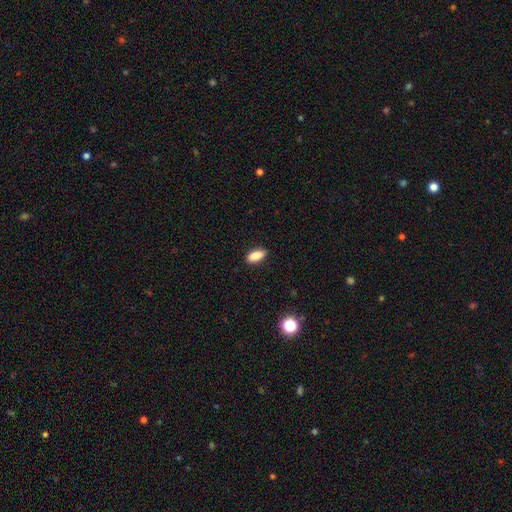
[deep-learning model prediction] Smooth or featured: smooth — 85% (star or artifact — 8%)
How rounded: in between — 83% (cigar-shaped — 14%)
Merging: none — 89% (minor disturbance — 9%)